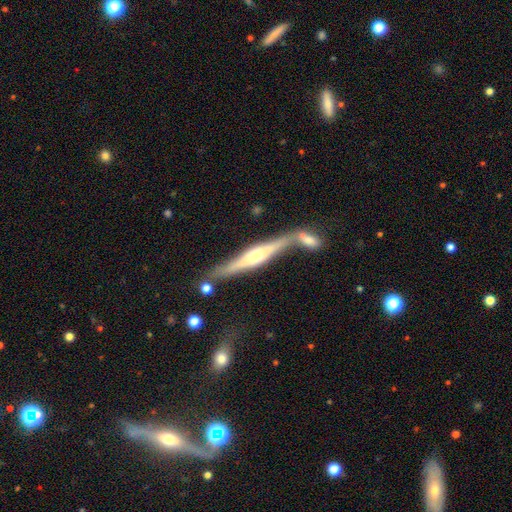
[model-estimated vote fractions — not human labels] A featured or disk galaxy (72%) viewed edge-on (94%) with a rounded central bulge (81%).

Vote fractions:
- Smooth or featured? featured or disk: 72% / smooth: 22% / star or artifact: 6%
- Edge-on disk? yes: 94% / no: 6%
- Edge-on bulge? rounded: 81% / boxy: 13% / none: 7%
- Merging? none: 56% / merger: 25% / minor disturbance: 14% / major disturbance: 5%